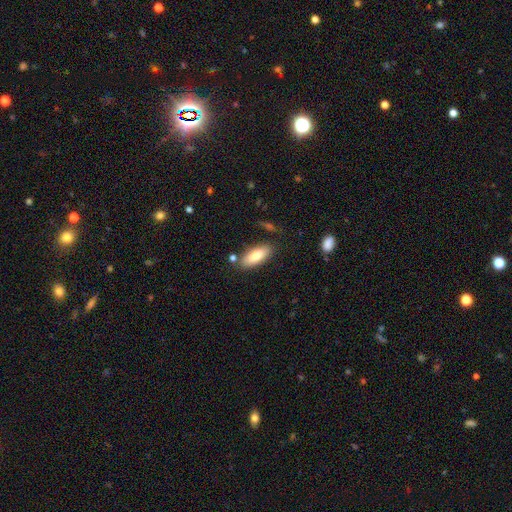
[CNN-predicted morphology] smooth-or-featured: smooth: 79% | featured or disk: 15% | star or artifact: 6%
  how-rounded: in between: 76% | cigar-shaped: 22% | round: 2%
  merging: none: 80% | minor disturbance: 12% | merger: 5% | major disturbance: 3%